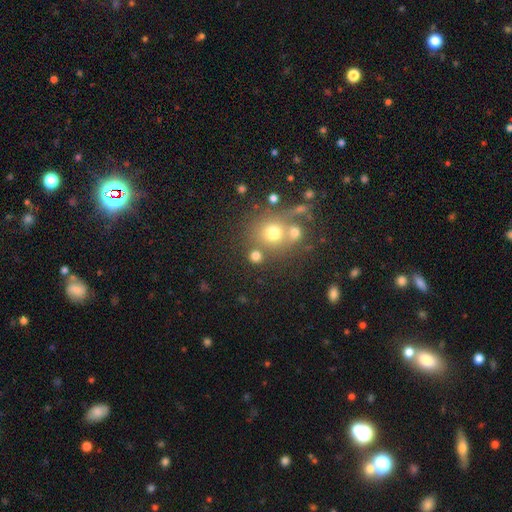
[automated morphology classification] A smooth galaxy with no disk features (73%) that is round (85%).

Vote fractions:
- Smooth or featured? smooth: 73% / star or artifact: 17% / featured or disk: 10%
- How rounded? round: 85% / in between: 13% / cigar-shaped: 1%
- Merging? none: 65% / merger: 22% / minor disturbance: 8% / major disturbance: 5%